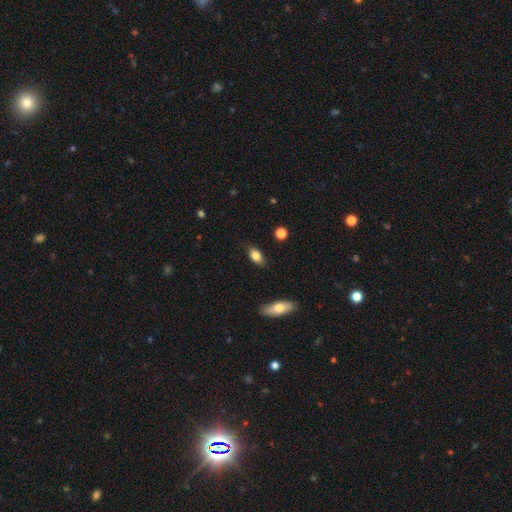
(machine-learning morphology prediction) Smooth or featured: smooth — 78% (featured or disk — 15%)
How rounded: in between — 84% (cigar-shaped — 8%)
Merging: none — 80% (minor disturbance — 16%)